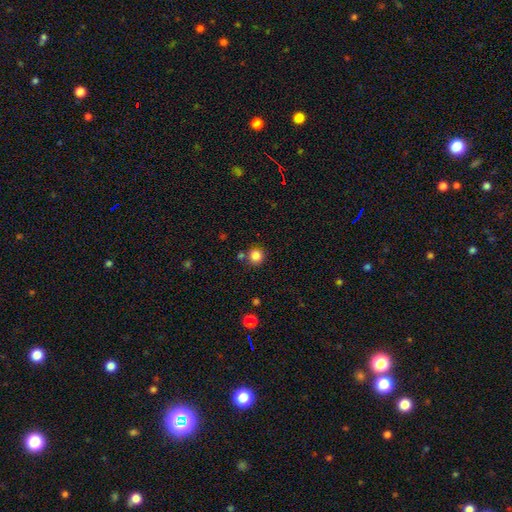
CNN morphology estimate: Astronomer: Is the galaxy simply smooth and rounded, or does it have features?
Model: smooth — 85%.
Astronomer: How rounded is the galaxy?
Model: round — 92%.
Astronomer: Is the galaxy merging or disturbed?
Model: none — 79%.